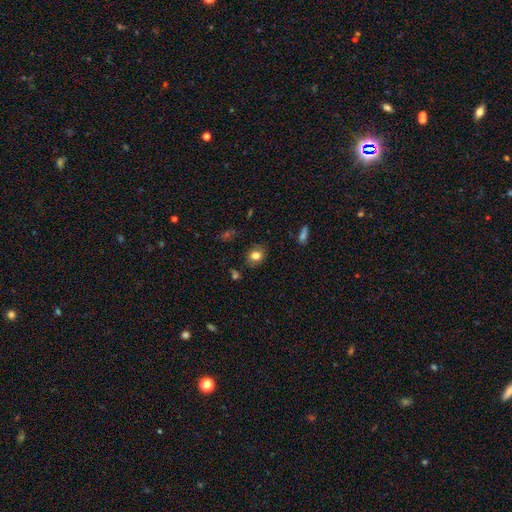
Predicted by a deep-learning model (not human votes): Smooth or featured: smooth — 79% (featured or disk — 11%)
How rounded: round — 50% (in between — 49%)
Merging: none — 82% (minor disturbance — 13%)